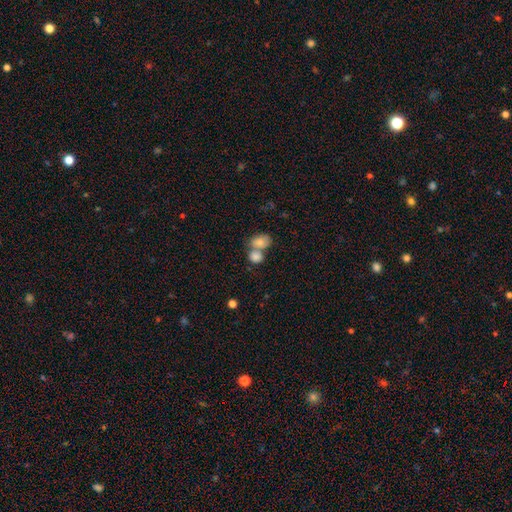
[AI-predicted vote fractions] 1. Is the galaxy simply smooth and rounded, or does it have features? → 79% smooth, 11% featured or disk, 9% star or artifact.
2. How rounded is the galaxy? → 53% in between, 45% round, 1% cigar-shaped.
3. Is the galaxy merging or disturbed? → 61% merger, 27% none, 8% minor disturbance, 4% major disturbance.